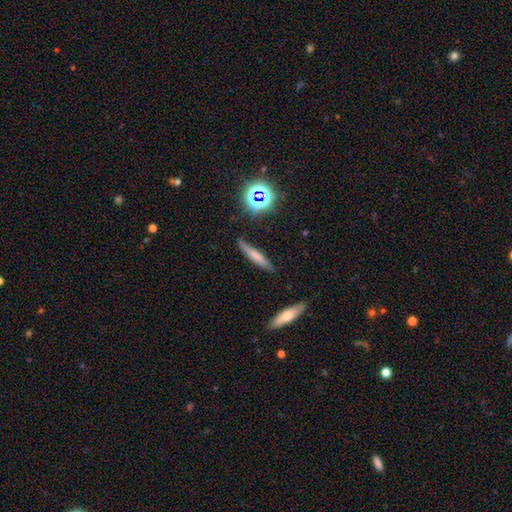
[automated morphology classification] Overall: smooth (63%; featured or disk 26%). How rounded: cigar-shaped (87%). Merging: none (79%).